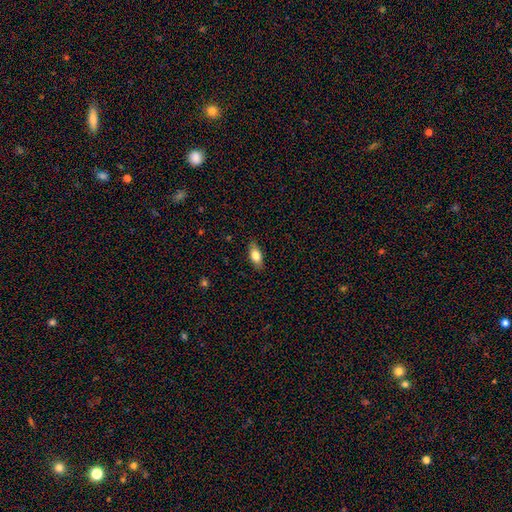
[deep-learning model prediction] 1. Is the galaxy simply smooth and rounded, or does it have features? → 77% smooth, 17% featured or disk, 7% star or artifact.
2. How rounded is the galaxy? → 83% in between, 14% cigar-shaped, 3% round.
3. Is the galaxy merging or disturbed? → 87% none, 10% minor disturbance, 2% major disturbance, 1% merger.